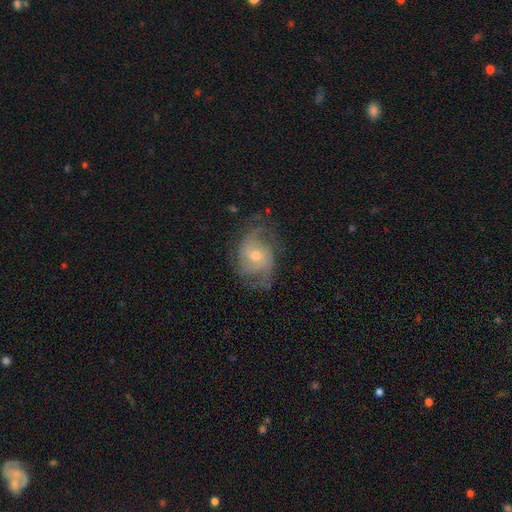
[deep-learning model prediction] Overall: featured or disk (80%). Edge-on disk: no (97%). Bar: no (67%). Spiral arms: yes (92%). Spiral arm count: 2 (39%; 3 23%). Spiral winding: medium (44%; tight 37%). Bulge size: moderate (51%; small 44%). Merging: none (64%).